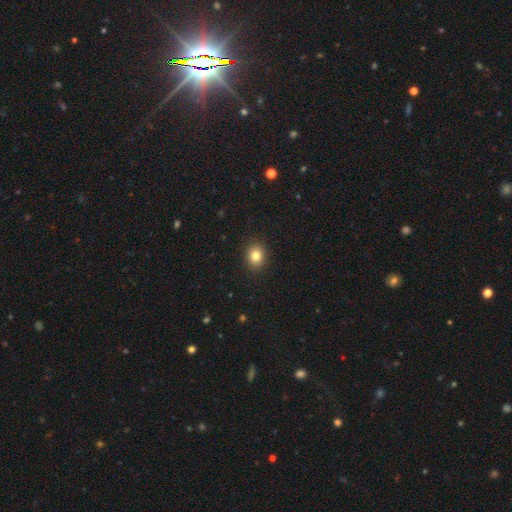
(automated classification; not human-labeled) The model was most divided on "how rounded": round: 60%, in between: 39%, cigar-shaped: 1%. More confident: merging — none (91%); smooth or featured — smooth (82%).